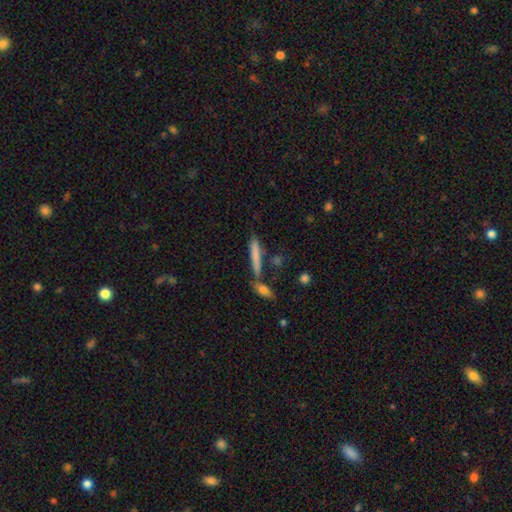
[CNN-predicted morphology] smooth 73%, featured or disk 20%, star or artifact 7%. Down the decision tree: how rounded — cigar-shaped (90%); merging — none (69%).